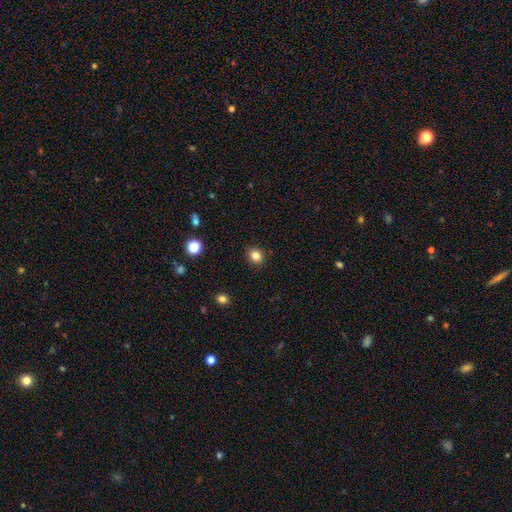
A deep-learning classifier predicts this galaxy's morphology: A smooth galaxy with no disk features (83%) that is round (79%).

Vote fractions:
- Smooth or featured? smooth: 83% / star or artifact: 12% / featured or disk: 5%
- How rounded? round: 79% / in between: 20% / cigar-shaped: 1%
- Merging? none: 91% / minor disturbance: 6% / major disturbance: 2% / merger: 1%